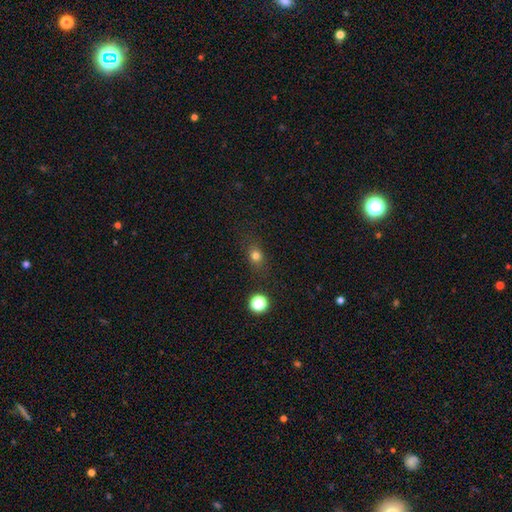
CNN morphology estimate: Overall: smooth (76%). How rounded: round (56%; in between 41%). Merging: none (80%).